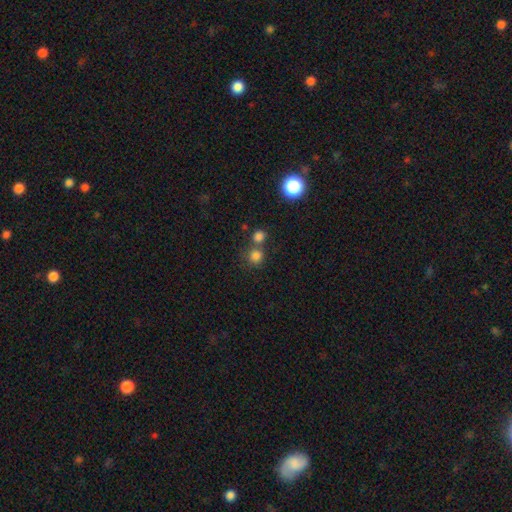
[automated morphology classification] Smooth or featured? smooth (79%)
How rounded? round (88%)
Merging? none (56%)